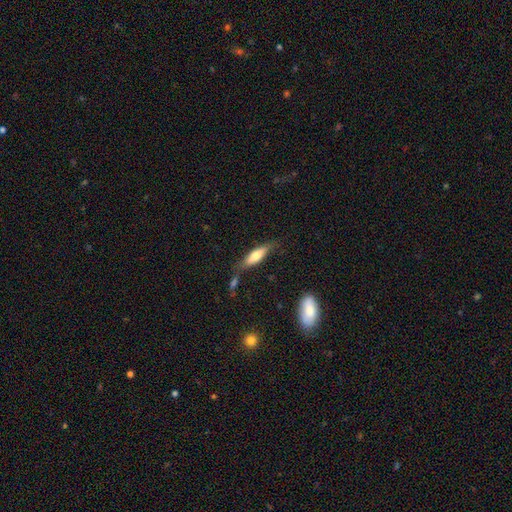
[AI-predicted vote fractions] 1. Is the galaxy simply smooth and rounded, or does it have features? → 66% smooth, 27% featured or disk, 7% star or artifact.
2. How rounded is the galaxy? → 53% cigar-shaped, 45% in between, 2% round.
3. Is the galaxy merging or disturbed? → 63% none, 23% minor disturbance, 8% major disturbance, 7% merger.